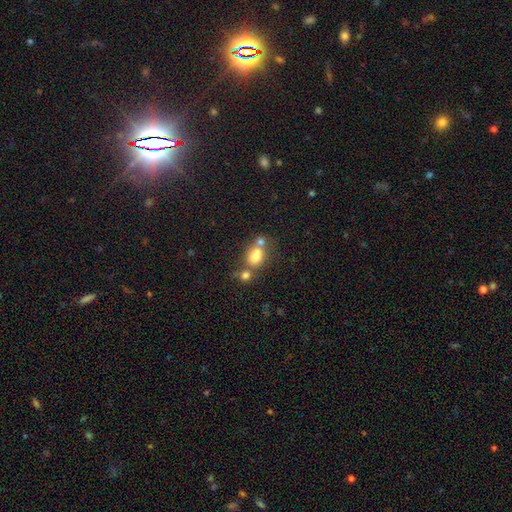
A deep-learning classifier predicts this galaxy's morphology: A smooth galaxy with no disk features (76%) that is in between round and cigar-shaped (59%). Merging: merger (45%).